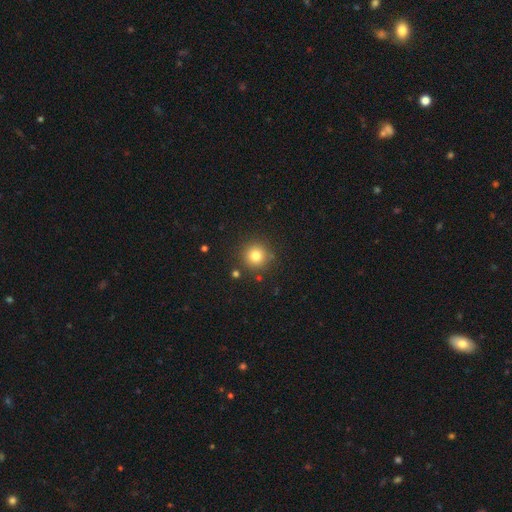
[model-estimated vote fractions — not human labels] This appears to be a smooth galaxy with no disk features (80%) that is round (95%). Merging: none (87%).